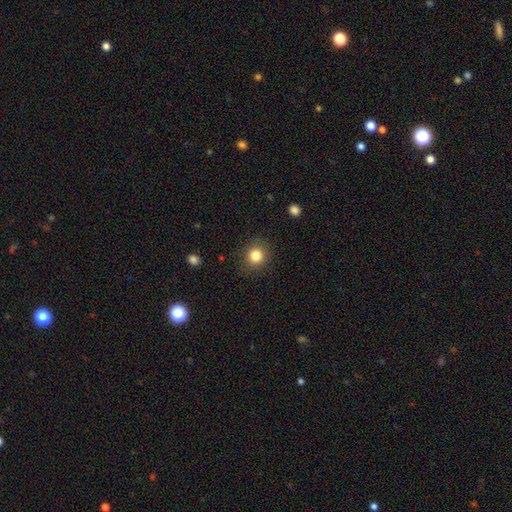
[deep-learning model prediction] This appears to be a smooth galaxy with no disk features (83%) that is round (83%). Merging: none (86%).